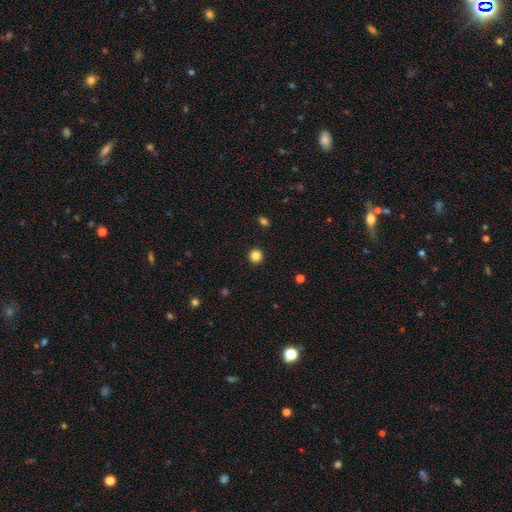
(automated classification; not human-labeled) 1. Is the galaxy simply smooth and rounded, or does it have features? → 84% smooth, 11% star or artifact, 4% featured or disk.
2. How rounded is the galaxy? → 93% round, 6% in between, 1% cigar-shaped.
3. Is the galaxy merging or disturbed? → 93% none, 4% minor disturbance, 2% major disturbance, 1% merger.